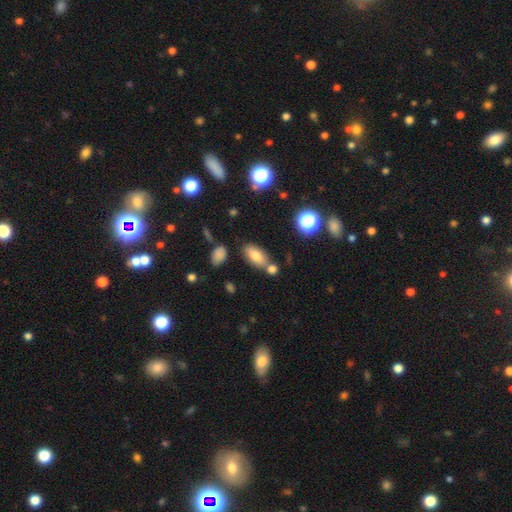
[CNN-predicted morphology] Smooth or featured? Predicted: smooth (p=0.77). How rounded? Predicted: in between (p=0.88). Merging? Predicted: none (p=0.66).